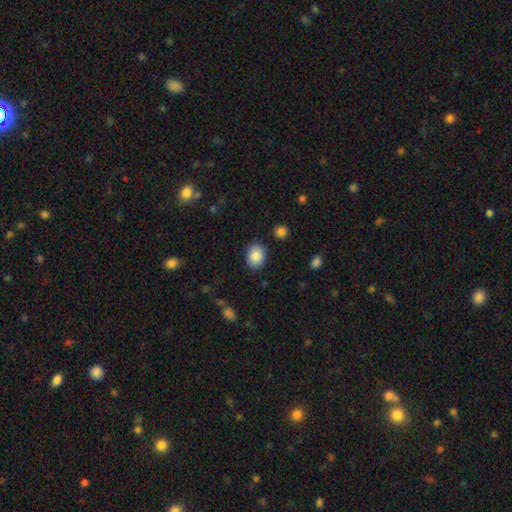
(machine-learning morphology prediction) A smooth galaxy with no disk features (87%) that is in between round and cigar-shaped (69%).

Vote fractions:
- Smooth or featured? smooth: 87% / star or artifact: 7% / featured or disk: 5%
- How rounded? in between: 69% / round: 30% / cigar-shaped: 1%
- Merging? none: 87% / minor disturbance: 9% / major disturbance: 3% / merger: 2%